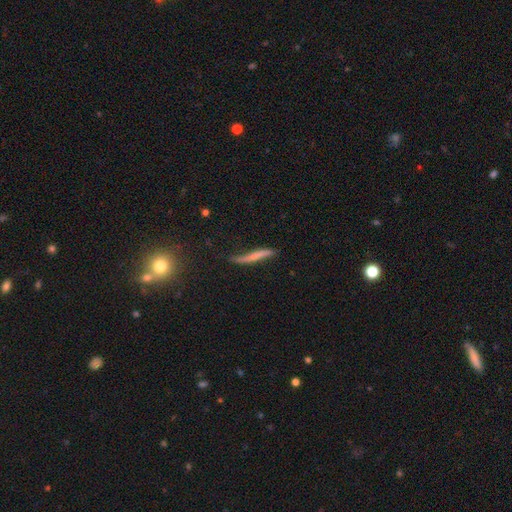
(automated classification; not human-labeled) Morphology: type=smooth (53%); roundness=cigar-shaped (93%); merging=none (53%).